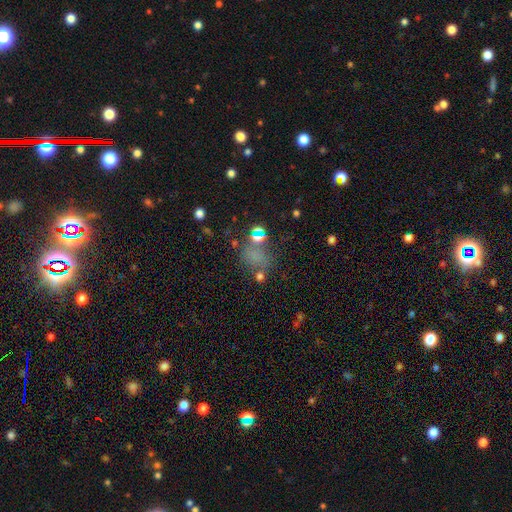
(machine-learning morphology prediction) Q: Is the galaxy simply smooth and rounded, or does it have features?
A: smooth — 52%.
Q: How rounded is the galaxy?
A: in between — 52%.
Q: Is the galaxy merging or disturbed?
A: none — 52%.